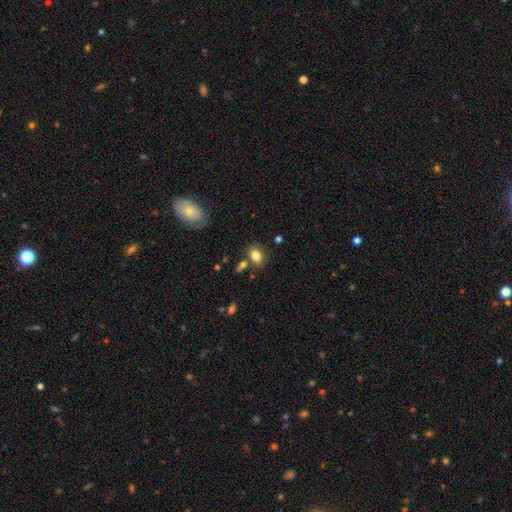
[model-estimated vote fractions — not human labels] Smooth or featured? smooth (82%)
How rounded? in between (68%)
Merging? none (74%)